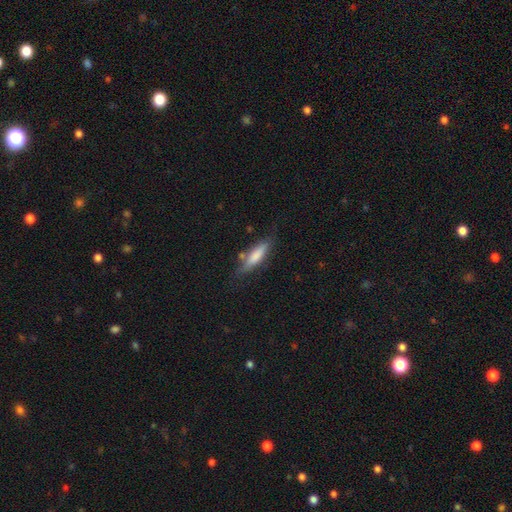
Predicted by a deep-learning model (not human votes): smooth-or-featured: smooth: 69% | featured or disk: 25% | star or artifact: 6%
  how-rounded: cigar-shaped: 69% | in between: 29% | round: 2%
  merging: none: 70% | minor disturbance: 20% | merger: 6% | major disturbance: 5%